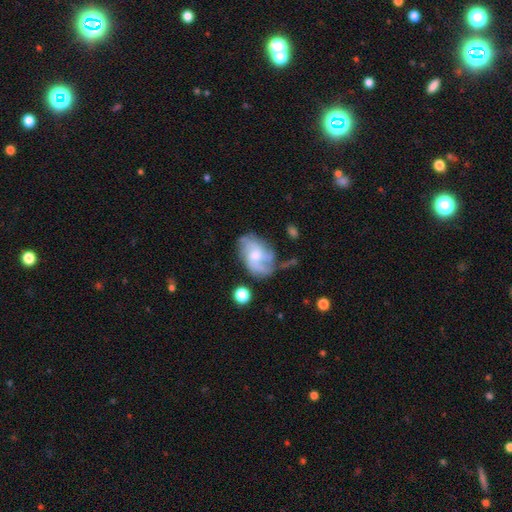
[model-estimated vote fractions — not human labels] This appears to be a featured or disk galaxy (72%) with no bar (64%), medium (43%) spiral arms (87%) and a moderate central bulge (50%). Merging: none (51%).